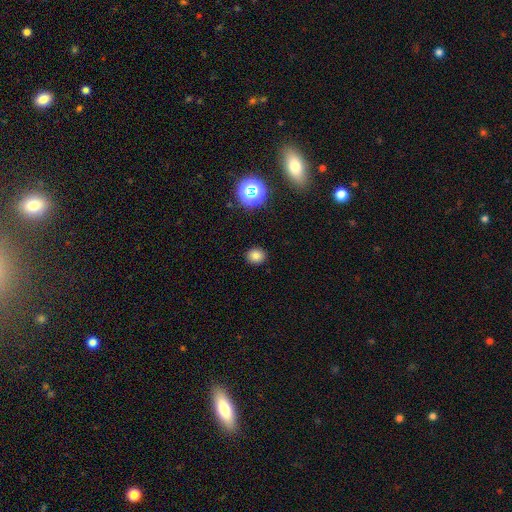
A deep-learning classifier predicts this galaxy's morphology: Smooth or featured?
  - smooth: 80% *
  - star or artifact: 16%
  - featured or disk: 5%
How rounded?
  - round: 73% *
  - in between: 26%
  - cigar-shaped: 1%
Merging?
  - none: 90% *
  - minor disturbance: 7%
  - major disturbance: 2%
  - merger: 1%